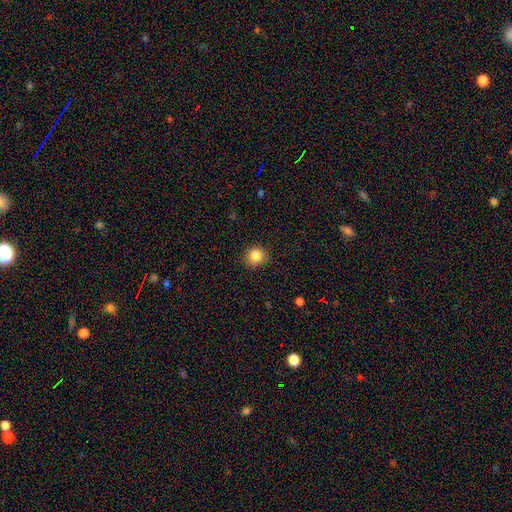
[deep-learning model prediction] smooth-or-featured: smooth: 84% | star or artifact: 11% | featured or disk: 5%
  how-rounded: round: 86% | in between: 13% | cigar-shaped: 1%
  merging: none: 83% | minor disturbance: 13% | major disturbance: 3% | merger: 1%